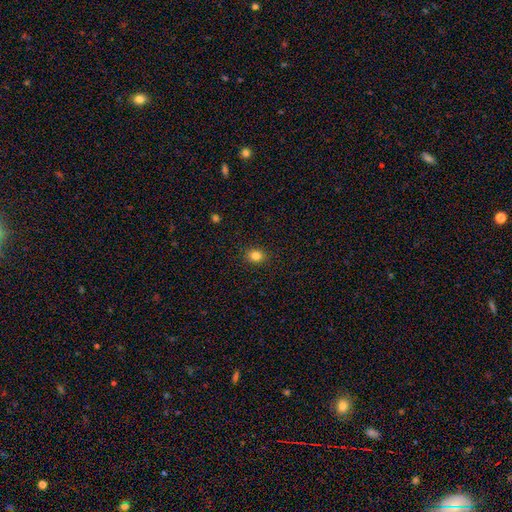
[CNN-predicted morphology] This appears to be a smooth galaxy with no disk features (83%) that is round (68%). Merging: none (90%).